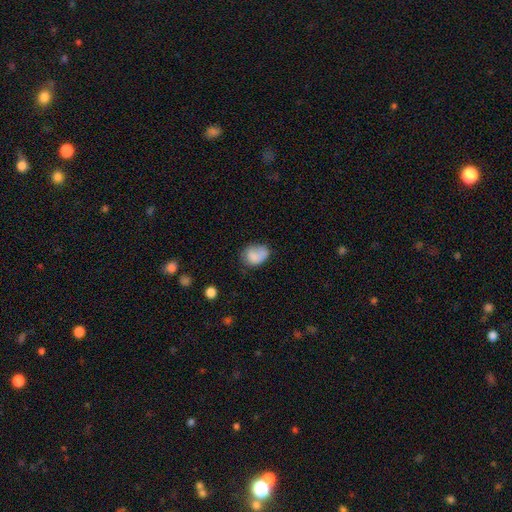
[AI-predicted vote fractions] The model was most divided on "merging": none: 47%, minor disturbance: 30%, major disturbance: 16%, merger: 7%. More confident: smooth or featured — smooth (77%); how rounded — in between (64%).